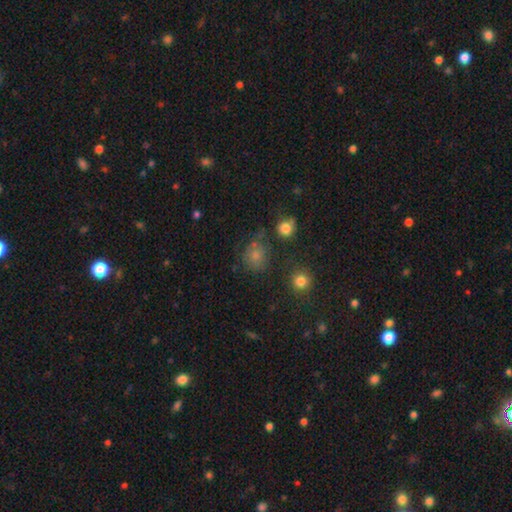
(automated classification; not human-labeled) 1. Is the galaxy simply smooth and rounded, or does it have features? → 62% smooth, 27% star or artifact, 11% featured or disk.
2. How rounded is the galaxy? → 81% round, 18% in between, 1% cigar-shaped.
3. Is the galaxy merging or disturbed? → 69% none, 16% minor disturbance, 8% merger, 7% major disturbance.